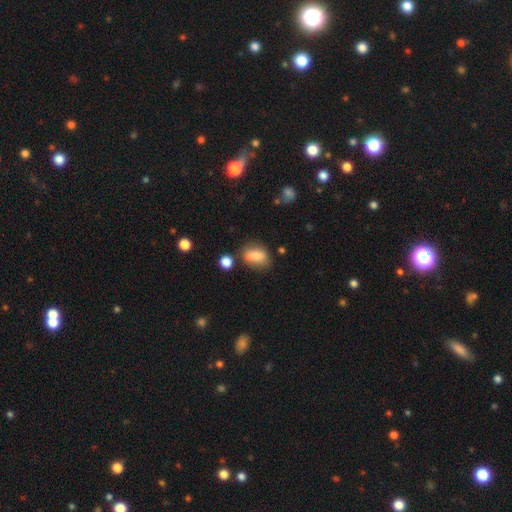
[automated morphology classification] smooth_or_featured: smooth (p=0.80) [alt: featured or disk p=0.11]
how_rounded: in between (p=0.84) [alt: round p=0.14]
merging: none (p=0.62) [alt: minor disturbance p=0.24]